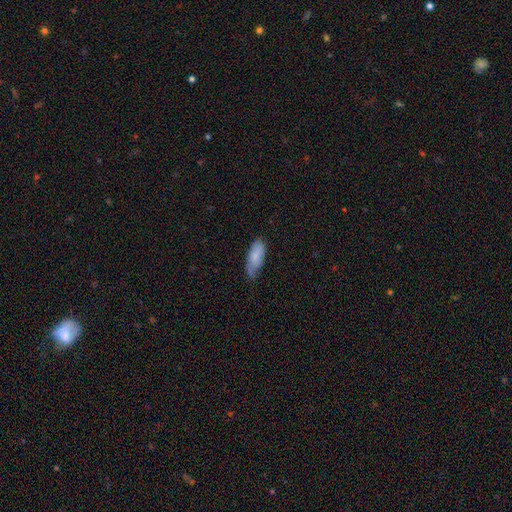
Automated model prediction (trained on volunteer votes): Smooth or featured? Predicted: smooth (p=0.72). How rounded? Predicted: in between (p=0.83). Merging? Predicted: none (p=0.45).